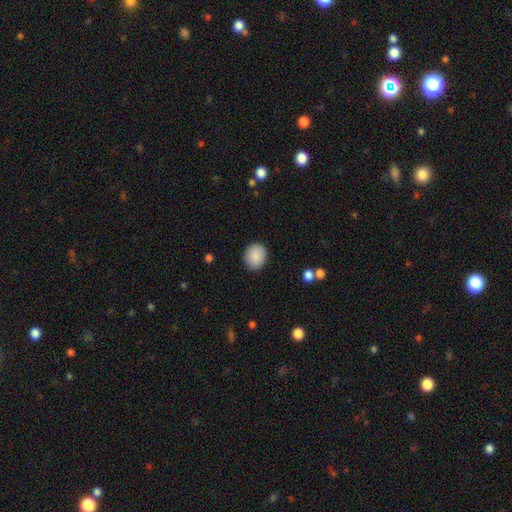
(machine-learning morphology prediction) Q: Smooth or featured?
A: smooth (89%); runner-up: star or artifact (7%)
Q: How rounded?
A: round (67%); runner-up: in between (32%)
Q: Merging?
A: none (89%); runner-up: minor disturbance (7%)